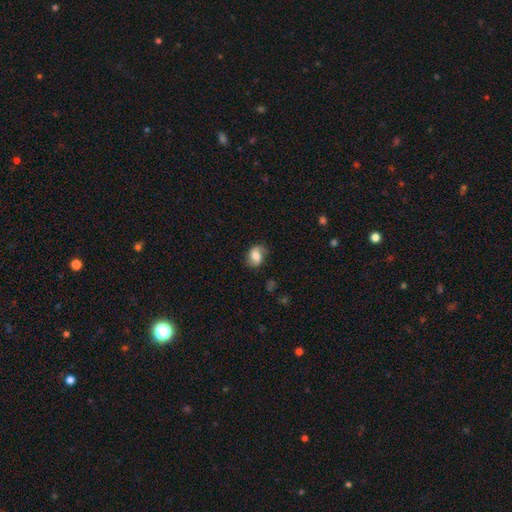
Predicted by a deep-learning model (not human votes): smooth 67%, featured or disk 24%, star or artifact 9%. Down the decision tree: how rounded — in between (69%); merging — none (71%).